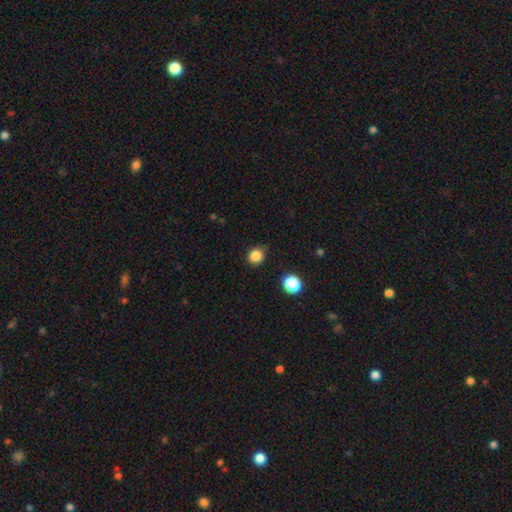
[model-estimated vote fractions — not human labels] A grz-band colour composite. It shows a smooth galaxy with no disk features (85%) that is round (83%). Merging: none (86%).